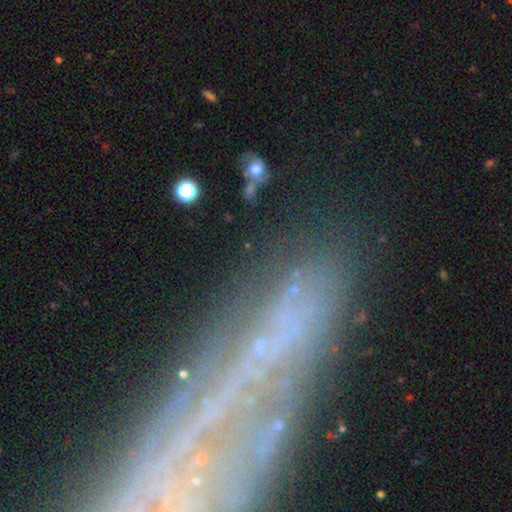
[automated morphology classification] A featured or disk galaxy (53%). Merging: none (62%).